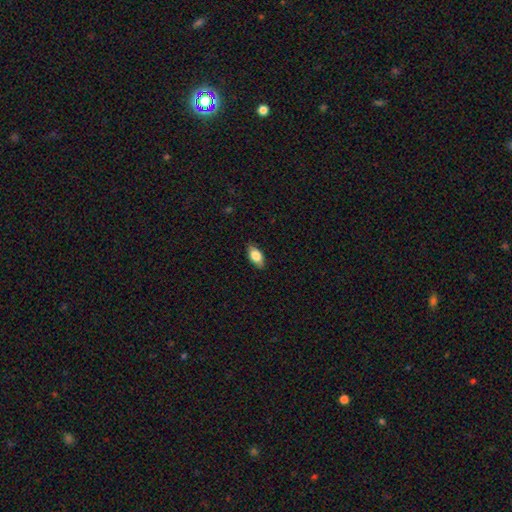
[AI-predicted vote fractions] A smooth galaxy with no disk features (78%) that is in between round and cigar-shaped (88%). Merging: none (85%).